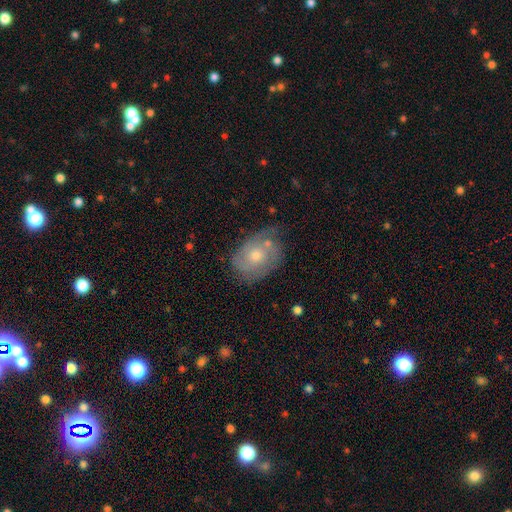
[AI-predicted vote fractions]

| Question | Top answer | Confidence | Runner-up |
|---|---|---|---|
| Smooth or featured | featured or disk | 54% | smooth (38%) |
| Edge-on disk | no | 96% | yes (4%) |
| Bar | no | 82% | weak (15%) |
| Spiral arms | yes | 70% | no (30%) |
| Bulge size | moderate | 62% | small (32%) |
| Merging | none | 53% | minor disturbance (29%) |